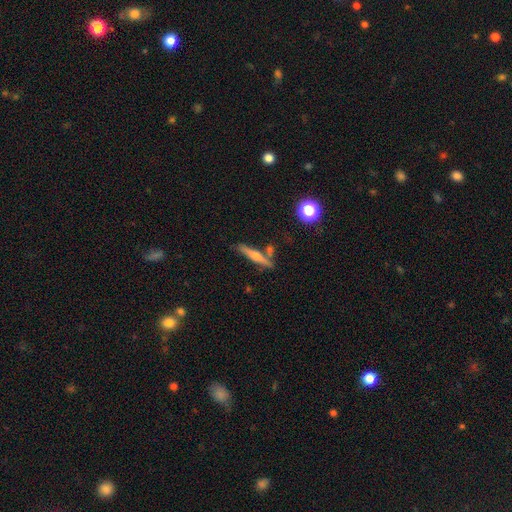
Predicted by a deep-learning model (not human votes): Overall: featured or disk (55%; smooth 37%). Edge-on disk: yes (95%). Edge-on bulge: rounded (85%). Merging: none (75%).